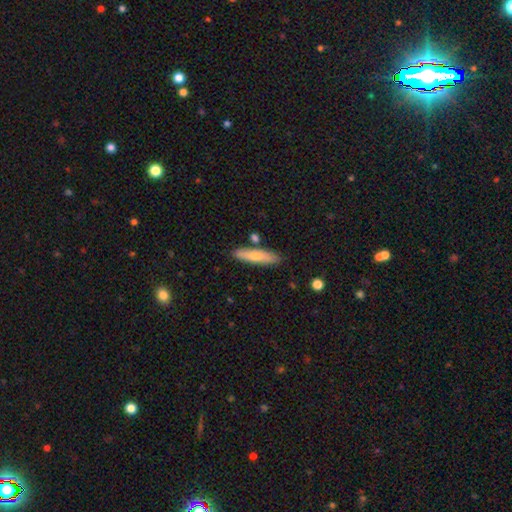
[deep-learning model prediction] smooth_or_featured: smooth (p=0.64) [alt: featured or disk p=0.30]
how_rounded: cigar-shaped (p=0.78) [alt: in between p=0.20]
merging: none (p=0.84) [alt: minor disturbance p=0.10]